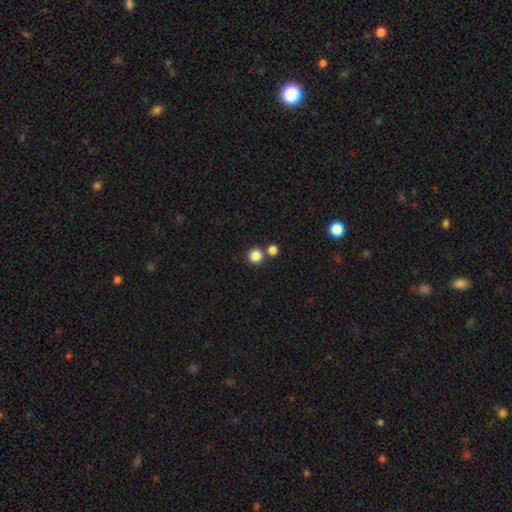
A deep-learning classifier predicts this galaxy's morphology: type=smooth (85%); roundness=round (93%); merging=none (71%).